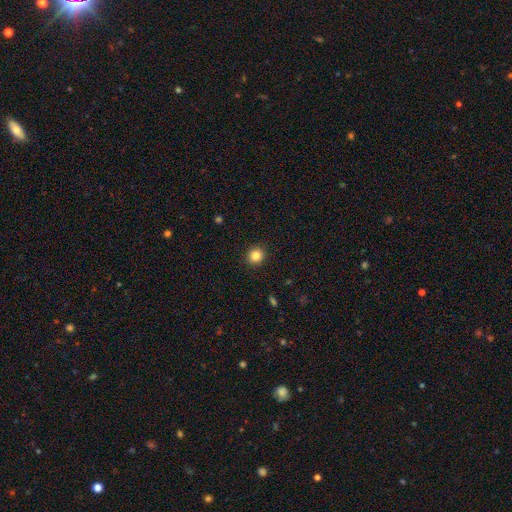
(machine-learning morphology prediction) smooth-or-featured: smooth: 84% | star or artifact: 11% | featured or disk: 5%
  how-rounded: round: 86% | in between: 13% | cigar-shaped: 1%
  merging: none: 92% | minor disturbance: 5% | major disturbance: 2% | merger: 1%